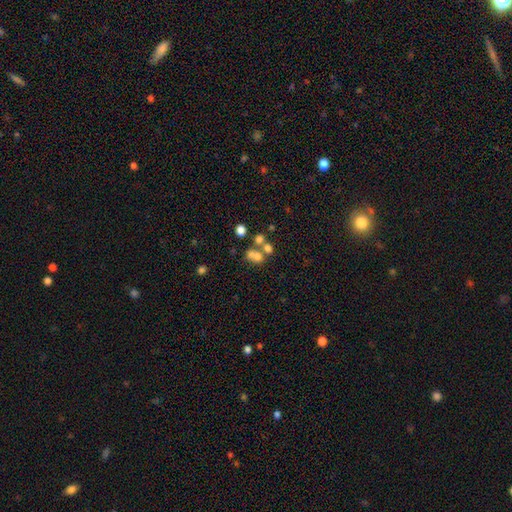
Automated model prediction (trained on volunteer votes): Q: Smooth or featured?
A: smooth (60%); runner-up: featured or disk (23%)
Q: How rounded?
A: round (58%); runner-up: in between (40%)
Q: Merging?
A: merger (53%); runner-up: none (32%)